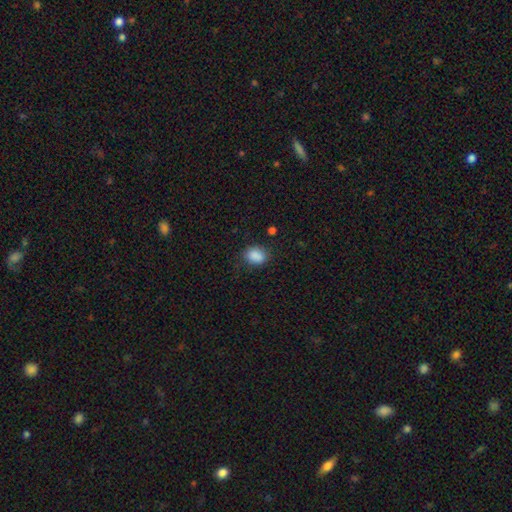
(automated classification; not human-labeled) Smooth or featured? Predicted: smooth (p=0.87). How rounded? Predicted: in between (p=0.63). Merging? Predicted: none (p=0.77).